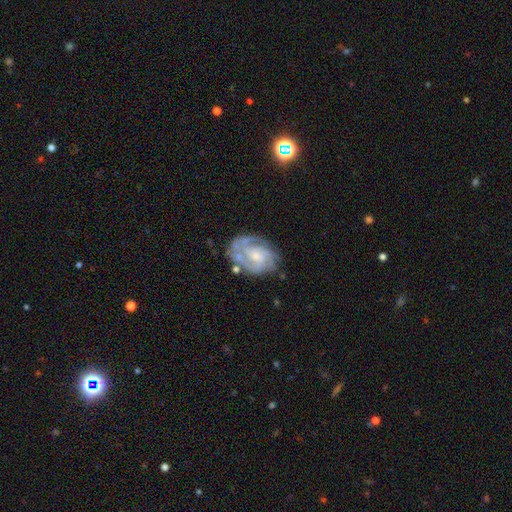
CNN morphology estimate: A featured or disk galaxy (82%) with no bar (61%), tight (58%) spiral arms (92%) and a small central bulge (53%). Merging: none (63%).